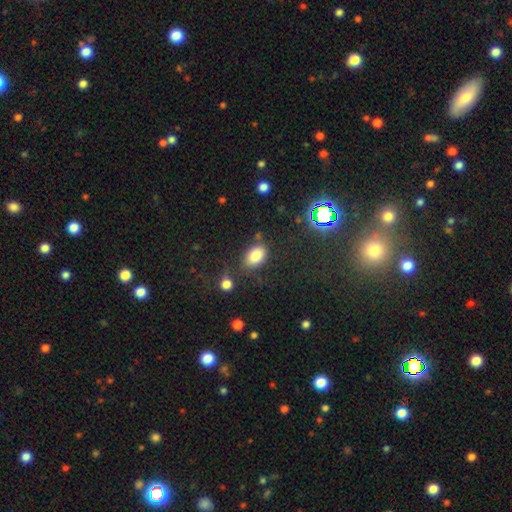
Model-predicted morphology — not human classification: Smooth or featured: smooth — 82% (star or artifact — 11%)
How rounded: in between — 83% (round — 16%)
Merging: none — 71% (minor disturbance — 16%)